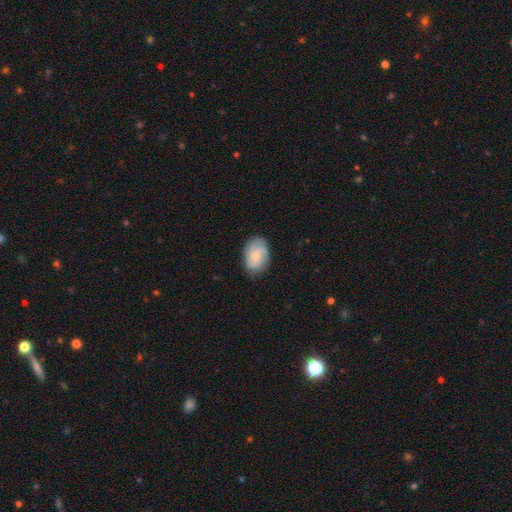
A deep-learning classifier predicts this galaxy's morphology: smooth 50%, featured or disk 43%, star or artifact 7%. Down the decision tree: how rounded — in between (82%); merging — none (74%).